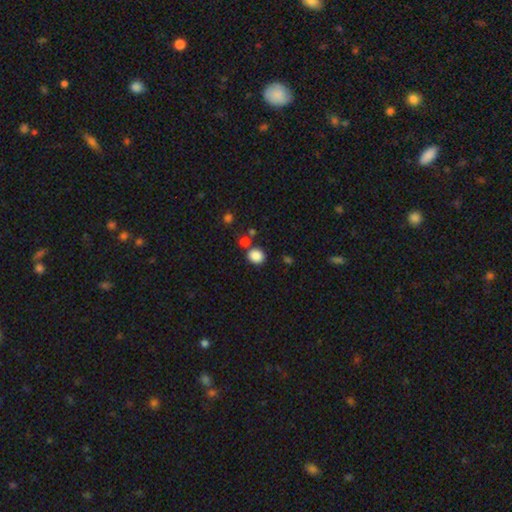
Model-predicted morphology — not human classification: type=smooth (86%); roundness=round (71%); merging=none (75%).